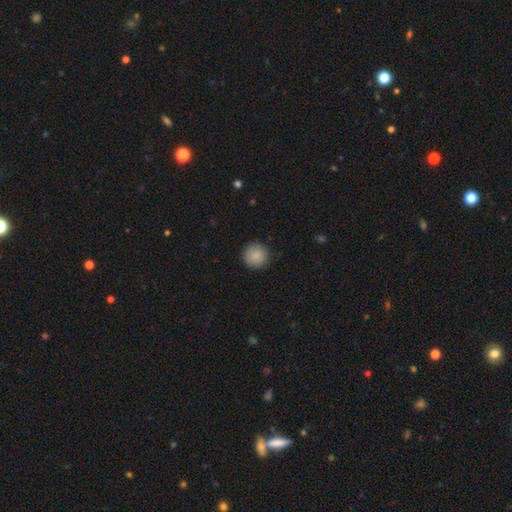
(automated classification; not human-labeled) Q: Smooth or featured?
A: smooth (88%); runner-up: star or artifact (7%)
Q: How rounded?
A: round (95%); runner-up: in between (4%)
Q: Merging?
A: none (90%); runner-up: minor disturbance (7%)